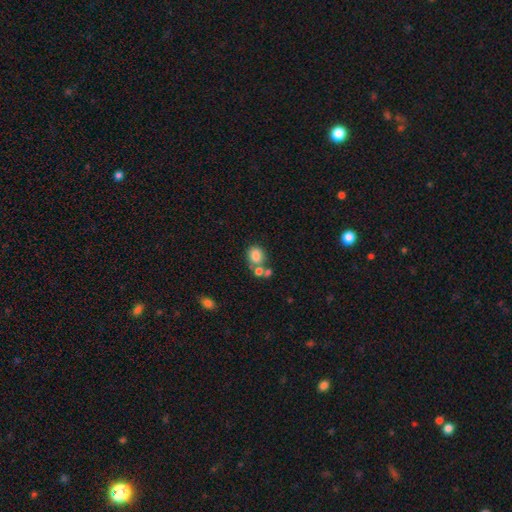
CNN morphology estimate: Smooth or featured: smooth — 81% (star or artifact — 10%)
How rounded: round — 59% (in between — 40%)
Merging: none — 54% (merger — 28%)